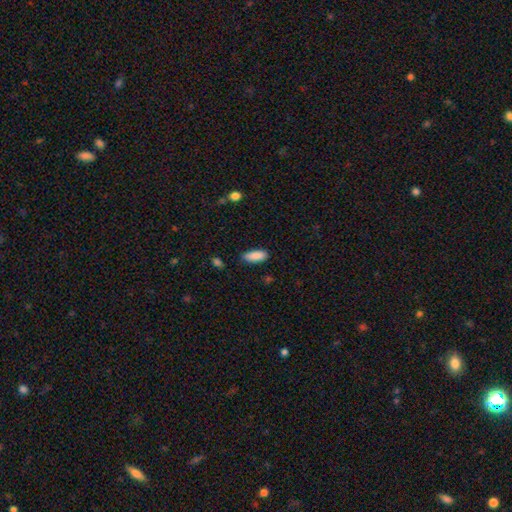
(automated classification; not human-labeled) Morphology: type=smooth (89%); roundness=in between (75%); merging=none (84%).